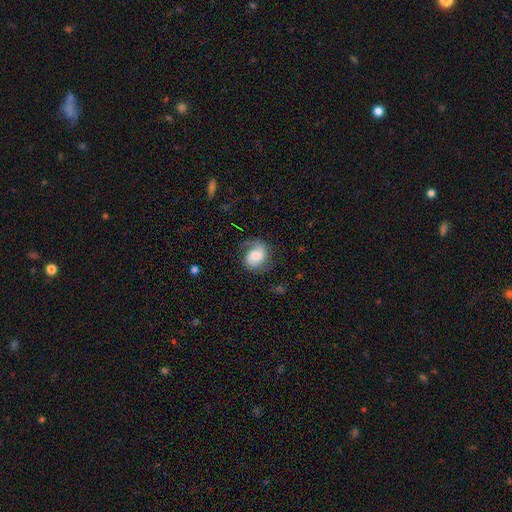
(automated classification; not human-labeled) smooth_or_featured: featured or disk (p=0.54) [alt: smooth p=0.38]
disk_edge_on: no (p=0.97) [alt: yes p=0.03]
bar: no (p=0.59) [alt: weak p=0.32]
has_spiral_arms: yes (p=0.88) [alt: no p=0.12]
bulge_size: moderate (p=0.51) [alt: small p=0.27]
merging: none (p=0.59) [alt: minor disturbance p=0.24]